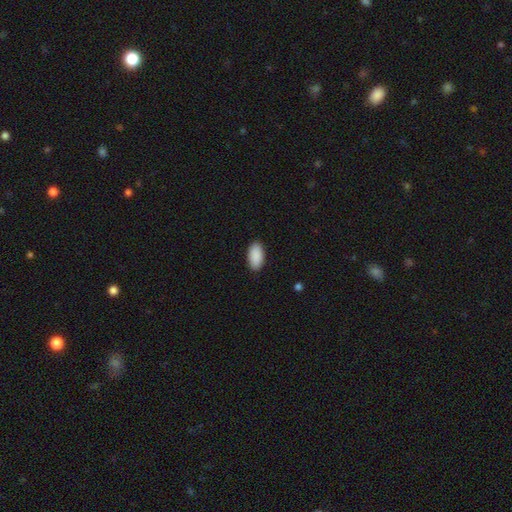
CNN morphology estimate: Q: Smooth or featured?
A: smooth (91%); runner-up: star or artifact (6%)
Q: How rounded?
A: in between (95%); runner-up: cigar-shaped (3%)
Q: Merging?
A: none (89%); runner-up: minor disturbance (8%)